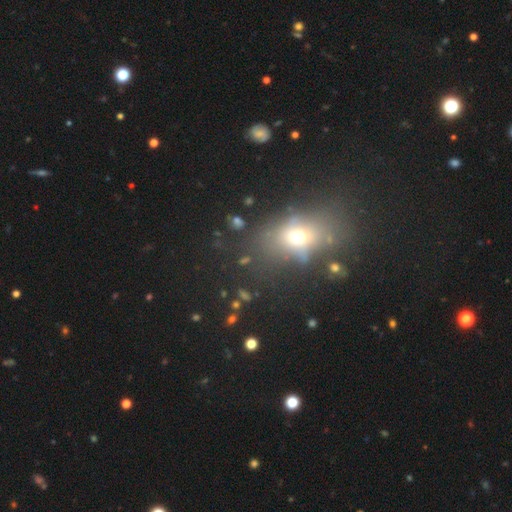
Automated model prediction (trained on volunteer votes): This is possibly a smooth galaxy (56%). How rounded: likely in between (63%). Merging: likely none (76%).